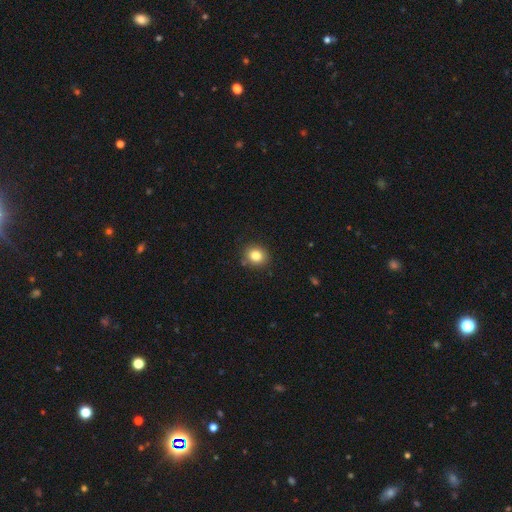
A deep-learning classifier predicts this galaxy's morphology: Smooth or featured? Predicted: smooth (p=0.83). How rounded? Predicted: round (p=0.76). Merging? Predicted: none (p=0.87).